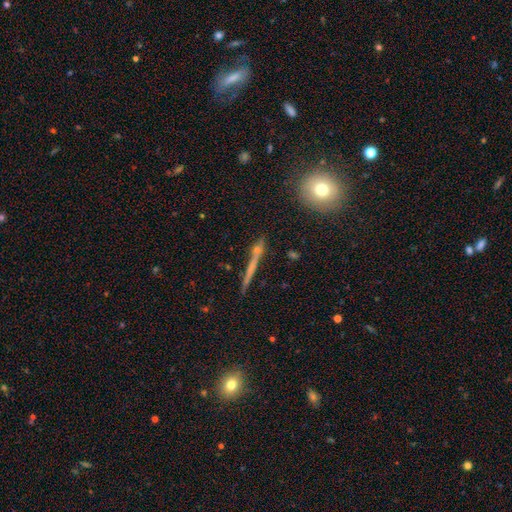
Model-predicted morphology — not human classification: smooth_or_featured: featured or disk (p=0.48) [alt: smooth p=0.39]
merging: none (p=0.83) [alt: minor disturbance p=0.10]